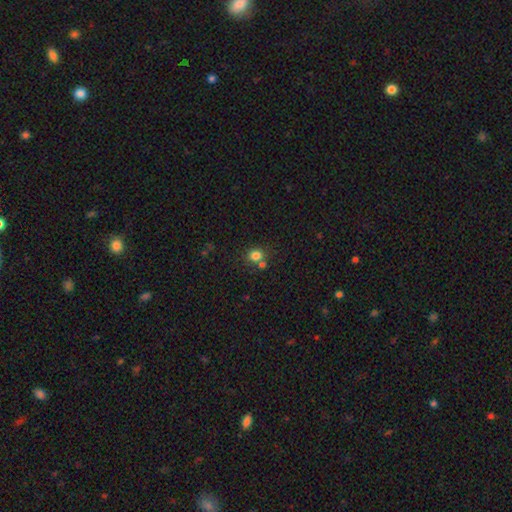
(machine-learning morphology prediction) Overall: smooth (80%). How rounded: round (79%). Merging: none (64%).